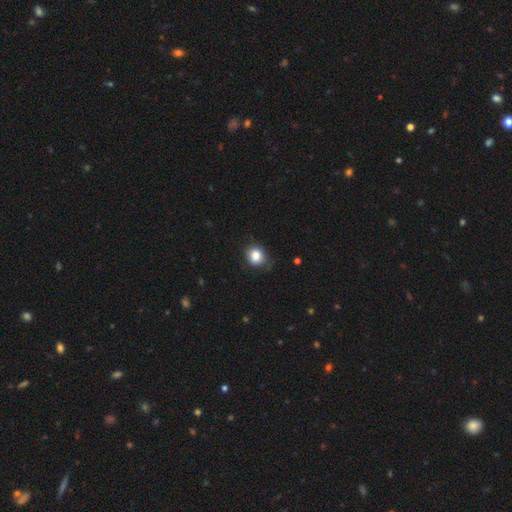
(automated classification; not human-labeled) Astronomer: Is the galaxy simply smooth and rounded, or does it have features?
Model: smooth — 83%.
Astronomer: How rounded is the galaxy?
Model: round — 76%.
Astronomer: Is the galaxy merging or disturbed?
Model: none — 74%.